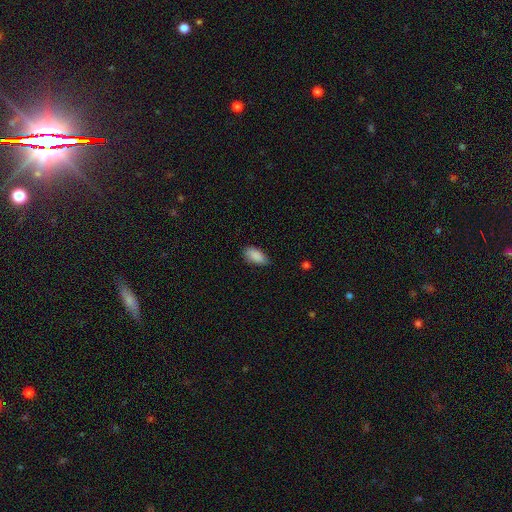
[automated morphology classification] This appears to be a smooth galaxy with no disk features (88%) that is in between round and cigar-shaped (90%). Merging: none (72%).